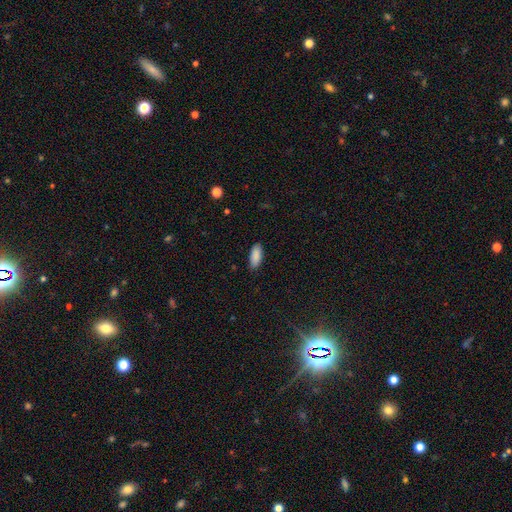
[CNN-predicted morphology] Q: Smooth or featured?
A: smooth (90%); runner-up: star or artifact (6%)
Q: How rounded?
A: in between (82%); runner-up: cigar-shaped (16%)
Q: Merging?
A: none (87%); runner-up: minor disturbance (10%)